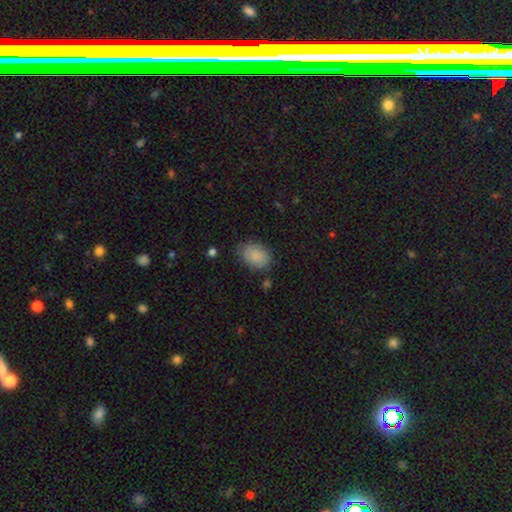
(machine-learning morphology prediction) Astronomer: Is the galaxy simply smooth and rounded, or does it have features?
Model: smooth — 85%.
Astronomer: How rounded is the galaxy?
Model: in between — 75%.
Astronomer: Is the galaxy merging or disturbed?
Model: none — 73%.